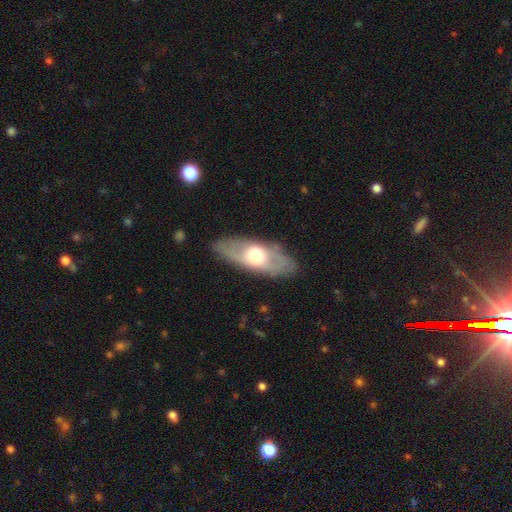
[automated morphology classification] Q: Smooth or featured?
A: featured or disk (47%); tied with: smooth (47%)
Q: Merging?
A: none (82%); runner-up: minor disturbance (13%)